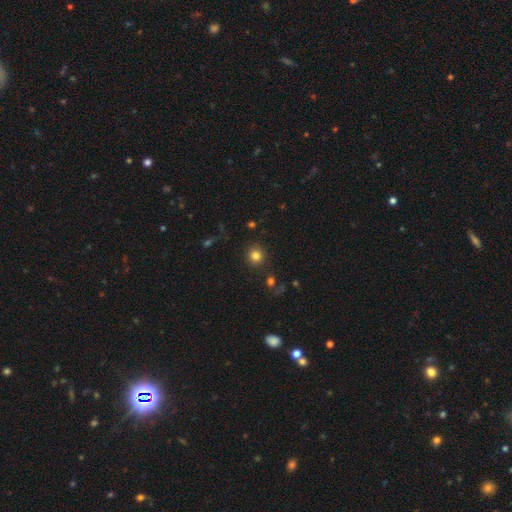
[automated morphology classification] Smooth or featured? smooth (80%)
How rounded? round (93%)
Merging? none (89%)